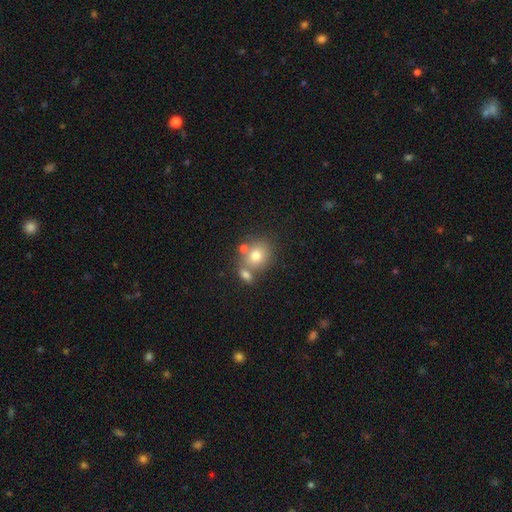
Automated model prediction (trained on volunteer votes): Smooth or featured: smooth — 74% (featured or disk — 14%)
How rounded: round — 73% (in between — 26%)
Merging: none — 54% (merger — 32%)